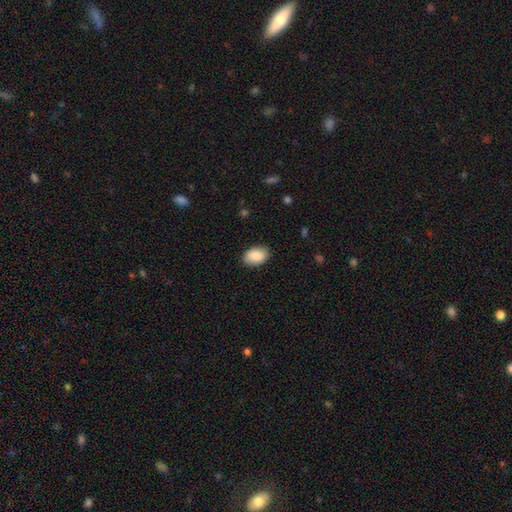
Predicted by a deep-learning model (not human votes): A smooth galaxy with no disk features (89%) that is in between round and cigar-shaped (90%).

Vote fractions:
- Smooth or featured? smooth: 89% / star or artifact: 6% / featured or disk: 5%
- How rounded? in between: 90% / round: 9% / cigar-shaped: 1%
- Merging? none: 87% / minor disturbance: 10% / major disturbance: 2% / merger: 1%